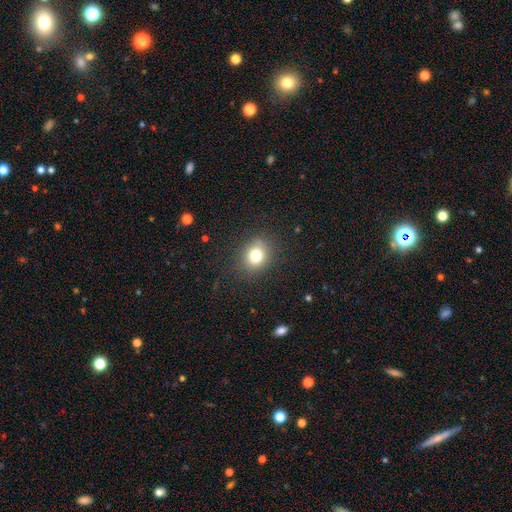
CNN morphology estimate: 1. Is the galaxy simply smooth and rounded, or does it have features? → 78% smooth, 13% star or artifact, 9% featured or disk.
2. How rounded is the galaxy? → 65% round, 34% in between, 1% cigar-shaped.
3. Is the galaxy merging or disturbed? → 83% none, 12% minor disturbance, 4% major disturbance, 1% merger.